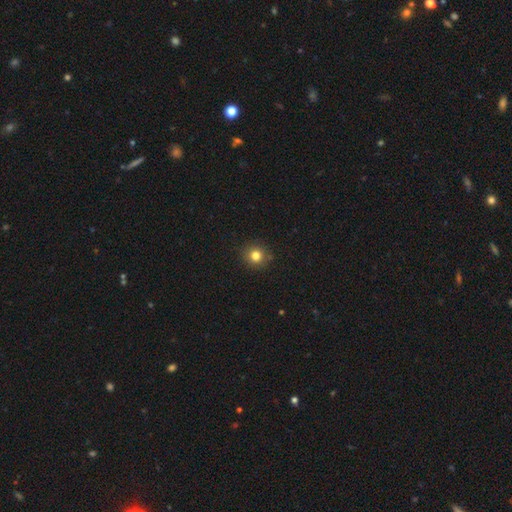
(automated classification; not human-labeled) smooth 81%, star or artifact 13%, featured or disk 7%. Down the decision tree: how rounded — round (92%); merging — none (89%).